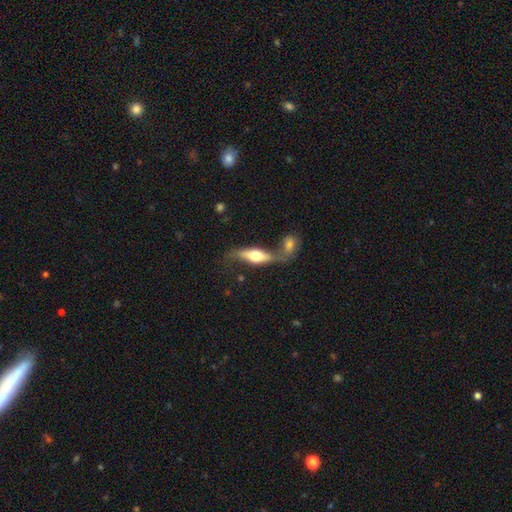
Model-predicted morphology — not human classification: The model was most divided on "merging": merger: 39%, none: 36%, minor disturbance: 14%, major disturbance: 10%. More confident: edge-on disk — yes (64%); smooth or featured — featured or disk (53%).